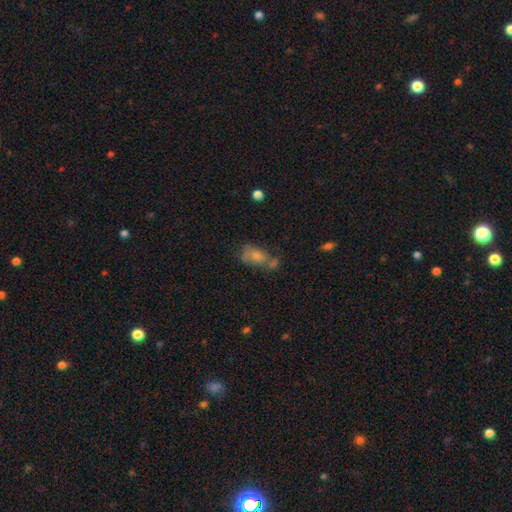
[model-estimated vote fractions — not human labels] The model was most divided on "merging": none: 33%, merger: 32%, minor disturbance: 20%, major disturbance: 15%. More confident: how rounded — in between (85%); smooth or featured — smooth (69%).